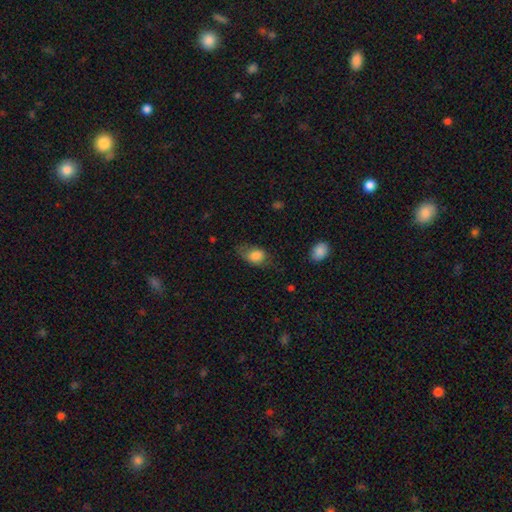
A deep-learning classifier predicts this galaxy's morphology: A smooth galaxy with no disk features (81%) that is in between round and cigar-shaped (79%).

Vote fractions:
- Smooth or featured? smooth: 81% / featured or disk: 11% / star or artifact: 8%
- How rounded? in between: 79% / round: 19% / cigar-shaped: 2%
- Merging? none: 49% / minor disturbance: 32% / major disturbance: 17% / merger: 2%